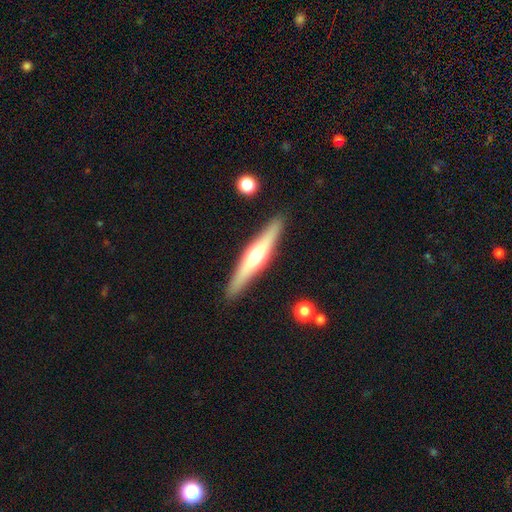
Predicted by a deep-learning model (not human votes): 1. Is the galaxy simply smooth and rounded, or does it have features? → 61% featured or disk, 34% smooth, 5% star or artifact.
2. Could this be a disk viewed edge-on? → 95% yes, 5% no.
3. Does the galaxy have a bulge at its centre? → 89% rounded, 6% none, 5% boxy.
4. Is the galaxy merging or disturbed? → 90% none, 7% minor disturbance, 2% major disturbance, 1% merger.